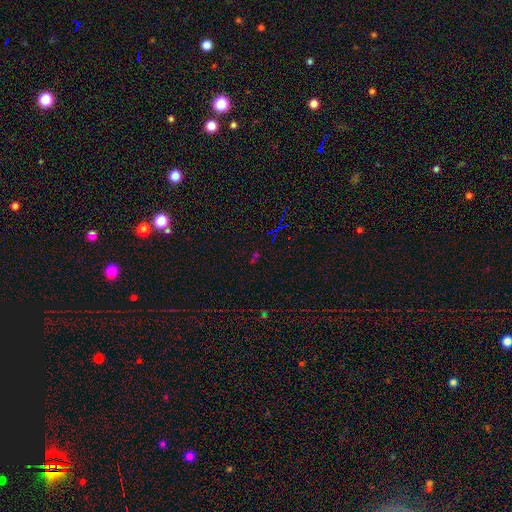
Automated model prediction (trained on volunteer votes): Smooth or featured: star or artifact — 64% (smooth — 23%)